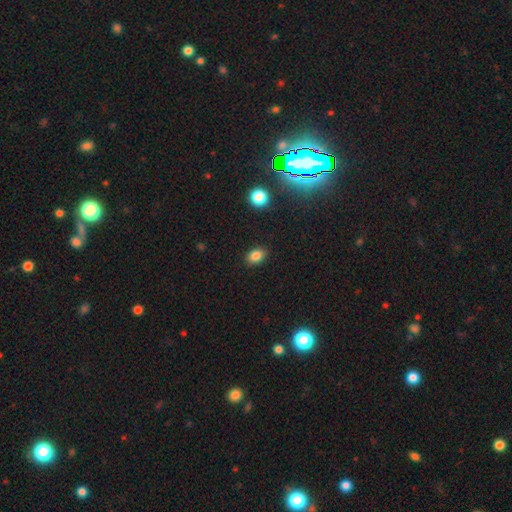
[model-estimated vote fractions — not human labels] smooth_or_featured: smooth (p=0.84) [alt: star or artifact p=0.11]
how_rounded: in between (p=0.75) [alt: round p=0.24]
merging: none (p=0.88) [alt: minor disturbance p=0.08]